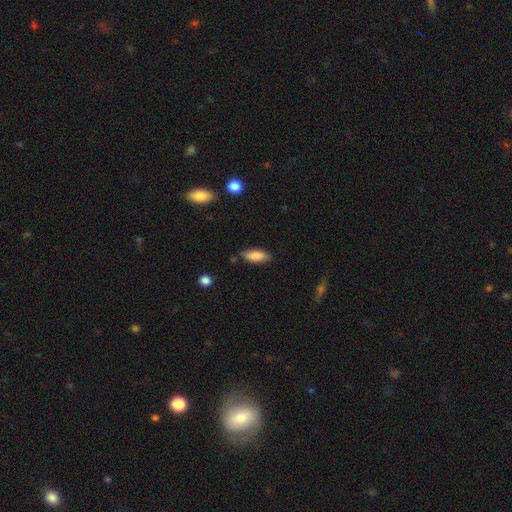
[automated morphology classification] A smooth galaxy with no disk features (84%) that is in between round and cigar-shaped (77%).

Vote fractions:
- Smooth or featured? smooth: 84% / featured or disk: 10% / star or artifact: 7%
- How rounded? in between: 77% / cigar-shaped: 21% / round: 2%
- Merging? none: 78% / minor disturbance: 17% / major disturbance: 3% / merger: 2%